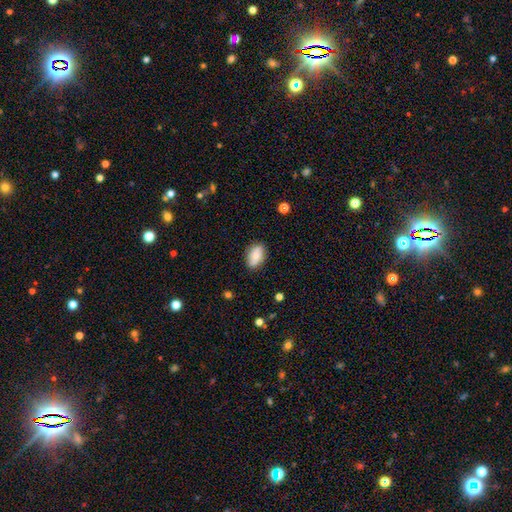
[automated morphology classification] Smooth or featured? smooth (74%)
How rounded? in between (89%)
Merging? none (82%)